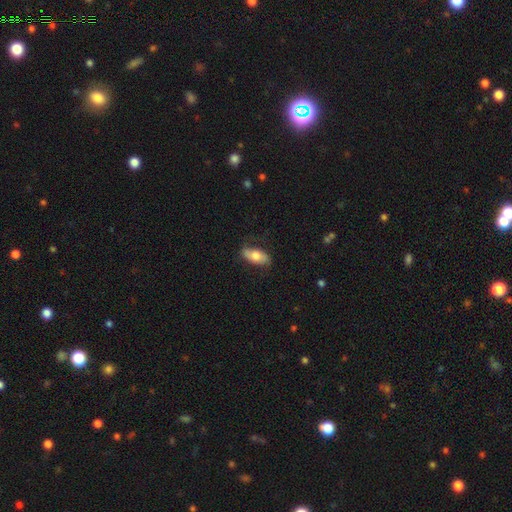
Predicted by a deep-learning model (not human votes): Smooth or featured? Predicted: smooth (p=0.58). How rounded? Predicted: in between (p=0.86). Merging? Predicted: none (p=0.69).